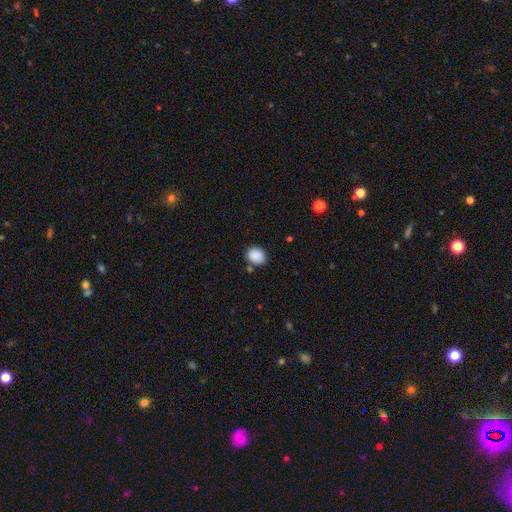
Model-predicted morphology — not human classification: Overall: smooth (89%). How rounded: round (60%; in between 39%). Merging: none (78%).